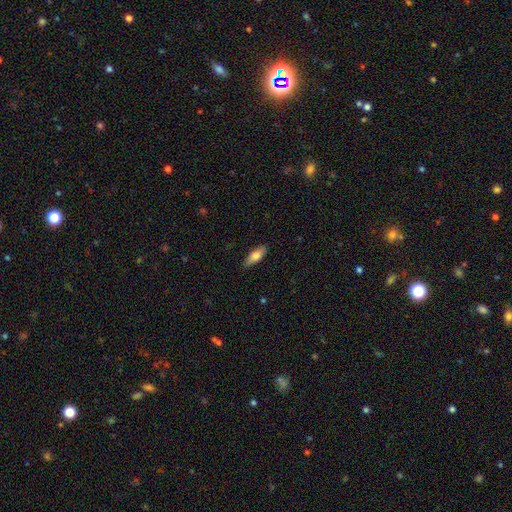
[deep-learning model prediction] Smooth or featured: smooth — 73% (featured or disk — 21%)
How rounded: in between — 66% (cigar-shaped — 31%)
Merging: none — 86% (minor disturbance — 11%)